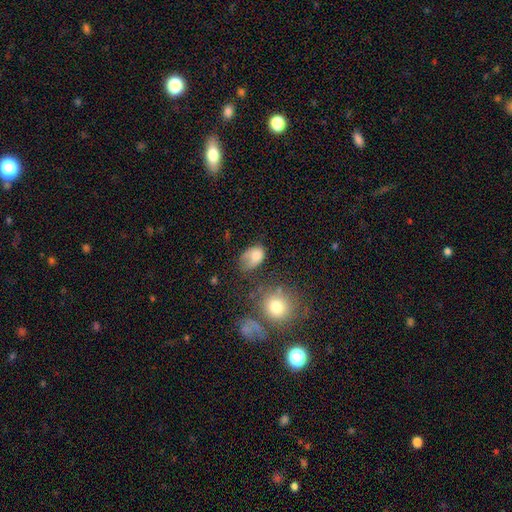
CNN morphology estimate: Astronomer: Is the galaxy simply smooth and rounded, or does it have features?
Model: smooth — 72%.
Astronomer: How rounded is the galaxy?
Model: in between — 77%.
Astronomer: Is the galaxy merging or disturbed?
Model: minor disturbance — 32% (runner-up: none, 31%).